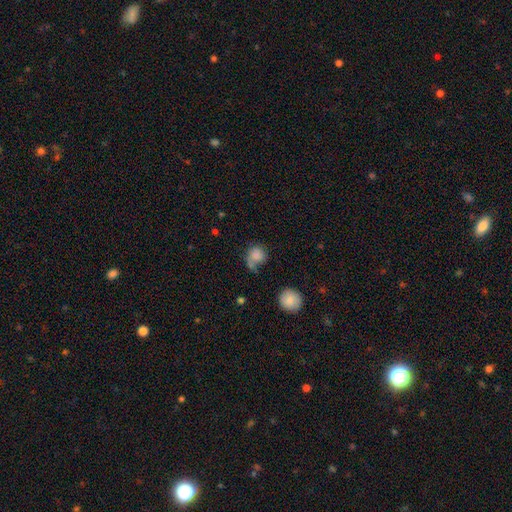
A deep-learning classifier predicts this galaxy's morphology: Smooth or featured? smooth (73%)
How rounded? round (68%)
Merging? none (35%)